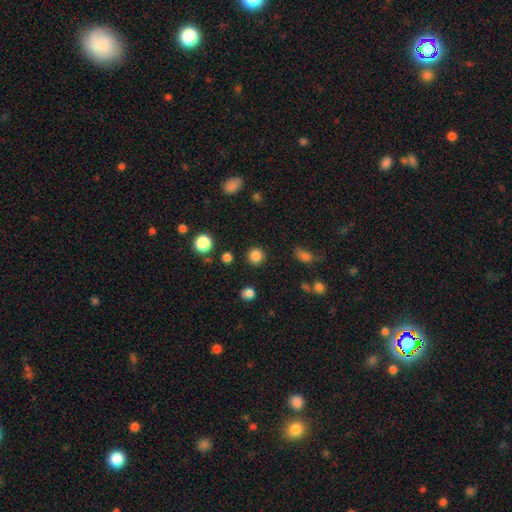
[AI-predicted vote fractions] A smooth galaxy with no disk features (84%) that is round (94%).

Vote fractions:
- Smooth or featured? smooth: 84% / star or artifact: 12% / featured or disk: 4%
- How rounded? round: 94% / in between: 5% / cigar-shaped: 1%
- Merging? none: 90% / minor disturbance: 5% / major disturbance: 2% / merger: 2%